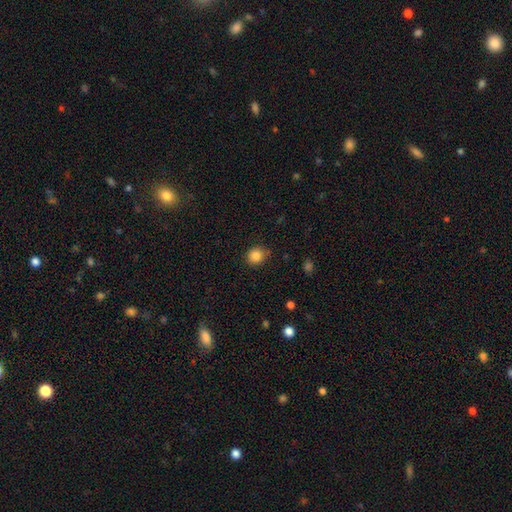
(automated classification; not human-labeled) Smooth or featured? Predicted: smooth (p=0.85). How rounded? Predicted: round (p=0.87). Merging? Predicted: none (p=0.87).